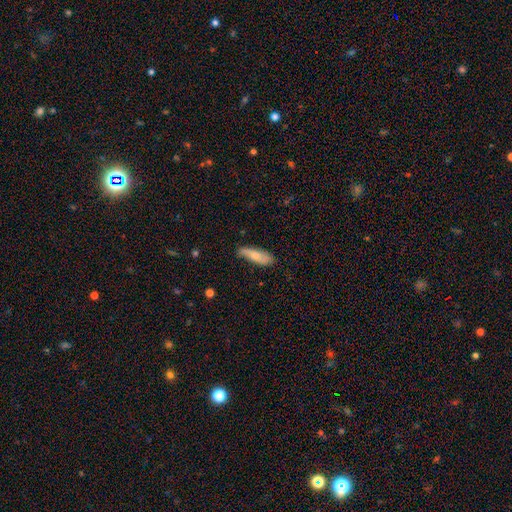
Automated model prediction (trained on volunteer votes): This is likely a smooth galaxy (68%). How rounded: possibly in between (49%). Merging: likely none (67%).